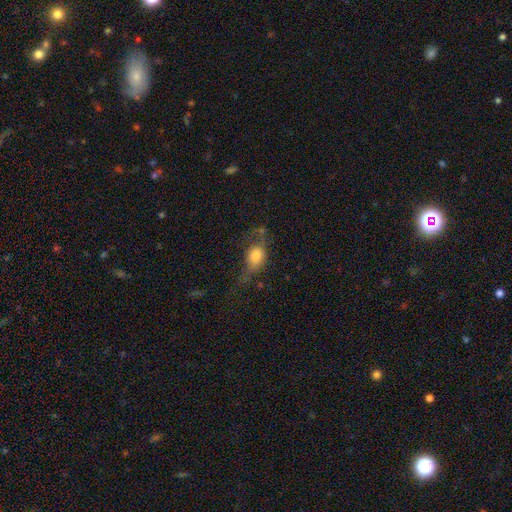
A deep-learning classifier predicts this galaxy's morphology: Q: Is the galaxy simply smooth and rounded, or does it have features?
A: smooth — 60%.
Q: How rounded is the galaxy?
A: in between — 67%.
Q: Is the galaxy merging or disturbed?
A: major disturbance — 37%.